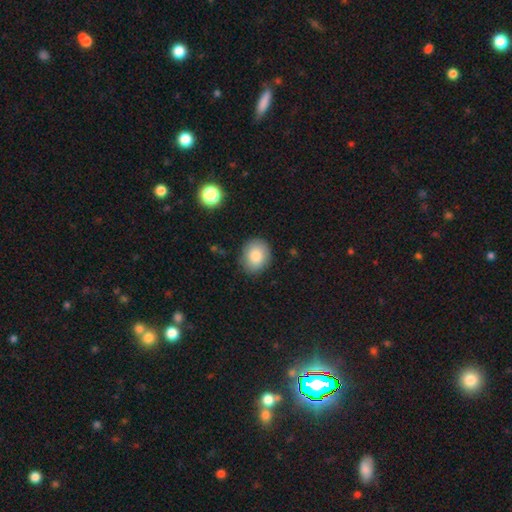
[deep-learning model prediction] This is clearly a smooth galaxy (85%). How rounded: possibly round (57%). Merging: clearly none (85%).